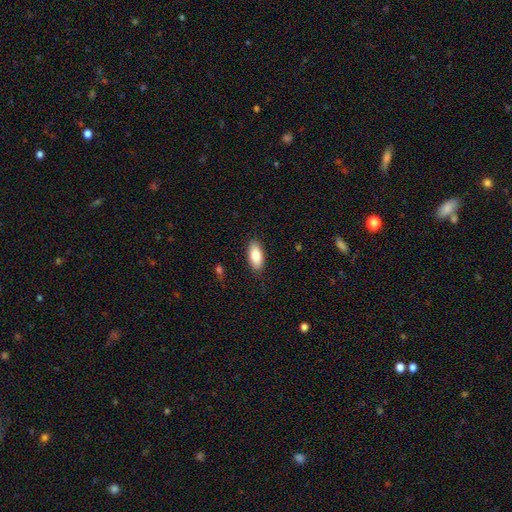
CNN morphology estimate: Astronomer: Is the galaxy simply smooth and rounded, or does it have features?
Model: smooth — 84%.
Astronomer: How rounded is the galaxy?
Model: in between — 89%.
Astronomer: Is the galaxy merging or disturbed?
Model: none — 87%.